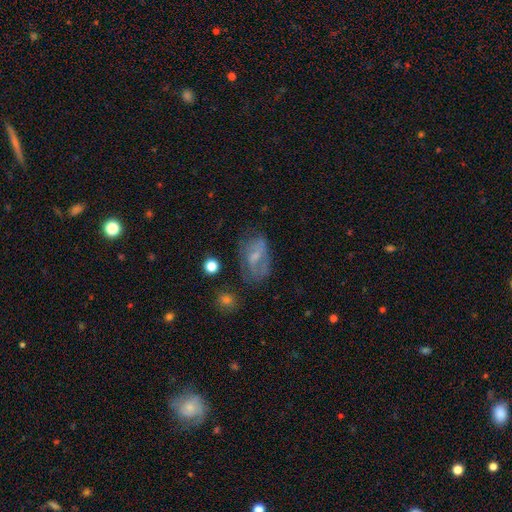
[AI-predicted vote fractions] Smooth or featured: featured or disk — 52% (smooth — 38%)
Edge-on disk: no — 94% (yes — 6%)
Merging: none — 53% (minor disturbance — 26%)